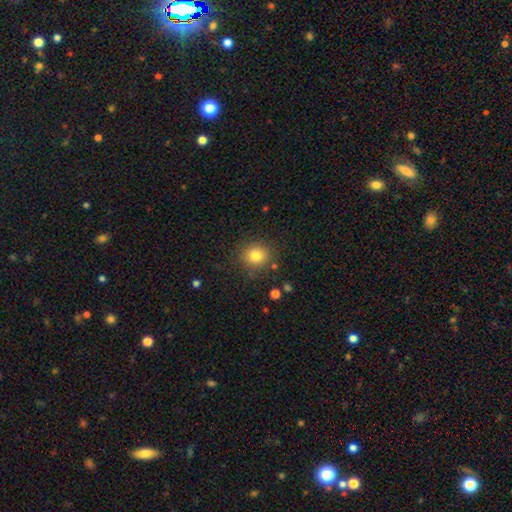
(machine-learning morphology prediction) smooth-or-featured: smooth: 81% | star or artifact: 12% | featured or disk: 7%
  how-rounded: round: 88% | in between: 11% | cigar-shaped: 1%
  merging: none: 86% | minor disturbance: 9% | major disturbance: 3% | merger: 2%